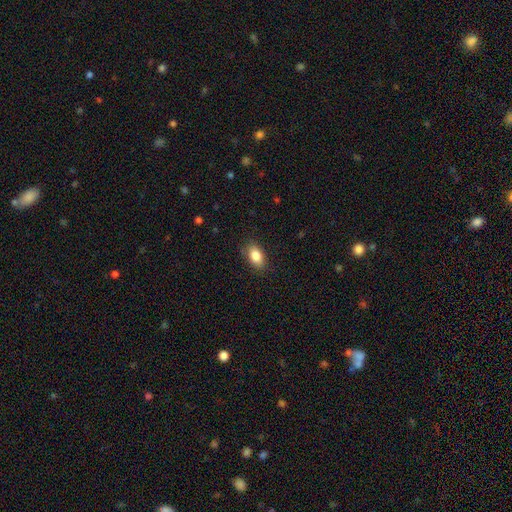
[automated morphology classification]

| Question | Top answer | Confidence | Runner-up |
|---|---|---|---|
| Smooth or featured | smooth | 84% | featured or disk (8%) |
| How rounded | in between | 89% | round (8%) |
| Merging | none | 84% | minor disturbance (12%) |